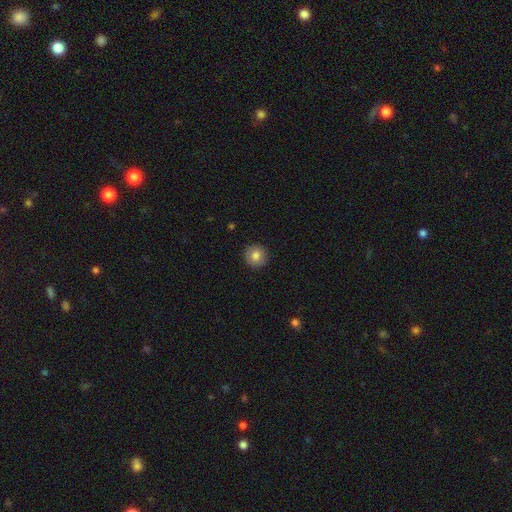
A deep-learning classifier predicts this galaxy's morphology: Smooth or featured? Predicted: smooth (p=0.82). How rounded? Predicted: round (p=0.94). Merging? Predicted: none (p=0.91).